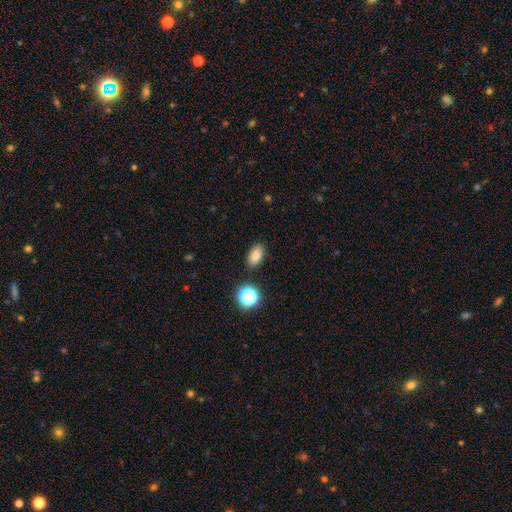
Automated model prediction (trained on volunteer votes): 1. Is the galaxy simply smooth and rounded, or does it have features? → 83% smooth, 12% star or artifact, 5% featured or disk.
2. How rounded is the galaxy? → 87% in between, 10% round, 3% cigar-shaped.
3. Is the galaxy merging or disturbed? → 86% none, 9% minor disturbance, 2% major disturbance, 2% merger.